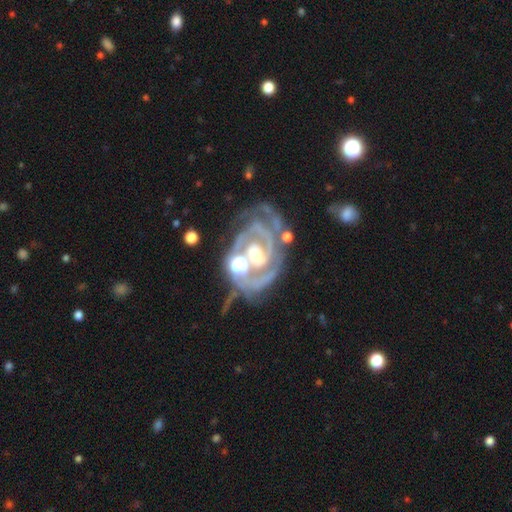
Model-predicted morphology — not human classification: type=featured or disk (87%); edge-on=no (97%); bar=no (48%); spiral arms=yes (92%); winding=tight (60%); arm count=2 (53%); bulge=moderate (58%); merging=none (49%).